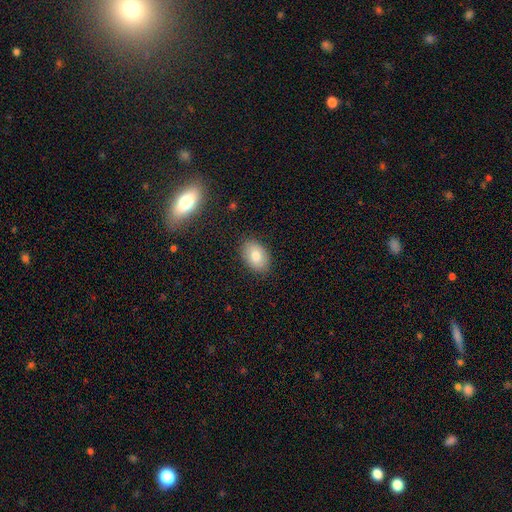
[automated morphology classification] This appears to be a smooth galaxy with no disk features (80%) that is in between round and cigar-shaped (86%). Merging: none (86%).